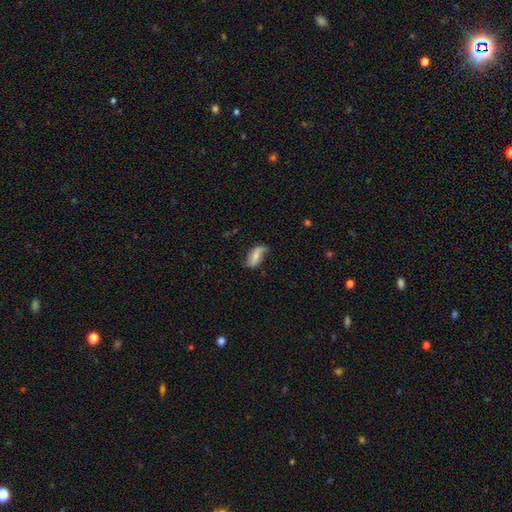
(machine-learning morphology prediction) This is possibly a smooth galaxy (53%). How rounded: clearly in between (83%). Merging: possibly none (49%).